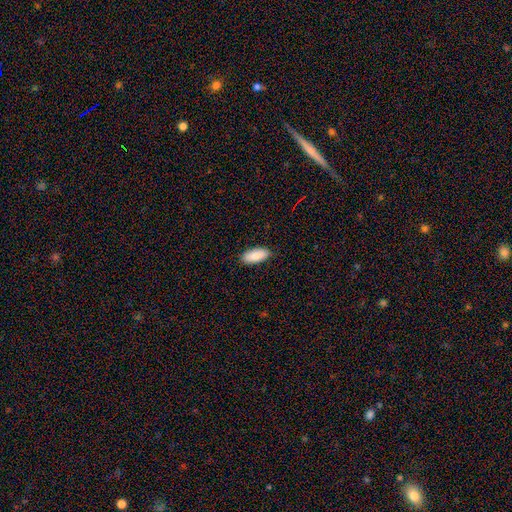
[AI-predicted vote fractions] Overall: smooth (87%). How rounded: in between (89%). Merging: none (87%).